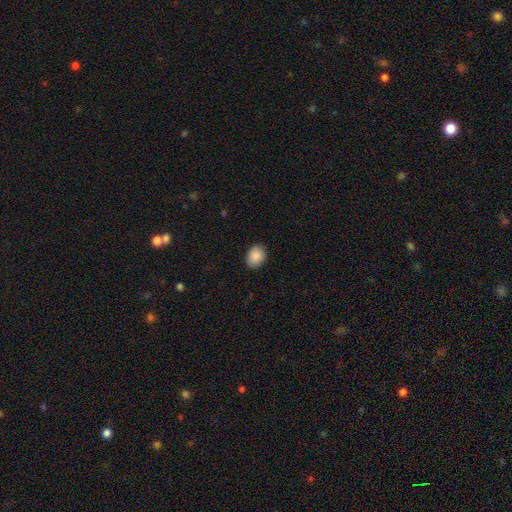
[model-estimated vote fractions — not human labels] This appears to be a smooth galaxy with no disk features (89%) that is in between round and cigar-shaped (65%). Merging: none (88%).